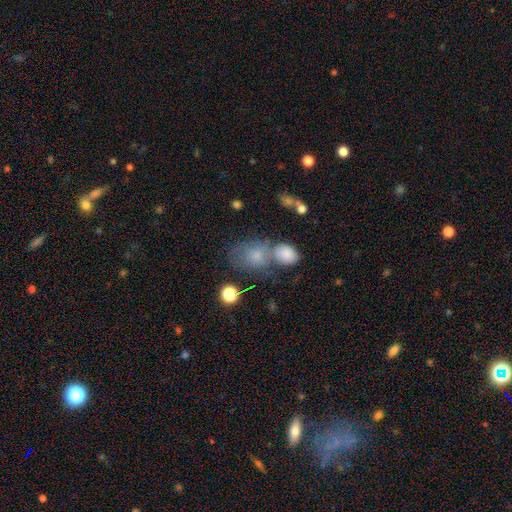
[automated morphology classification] smooth-or-featured: smooth: 72% | featured or disk: 17% | star or artifact: 11%
  how-rounded: in between: 62% | round: 36% | cigar-shaped: 1%
  merging: merger: 40% | none: 32% | minor disturbance: 17% | major disturbance: 12%